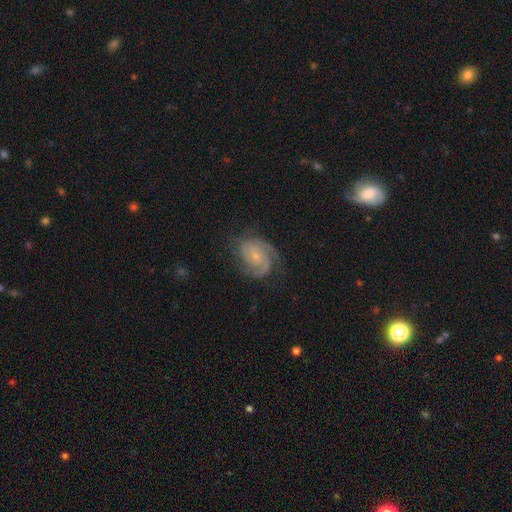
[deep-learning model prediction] The model was most divided on "spiral winding": tight: 53%, medium: 38%, loose: 9%. Remaining: edge-on disk — no (98%); spiral arms — yes (97%); smooth or featured — featured or disk (86%); bulge size — small (72%); merging — none (70%); bar — no (62%); spiral arm count — 2 (46%).